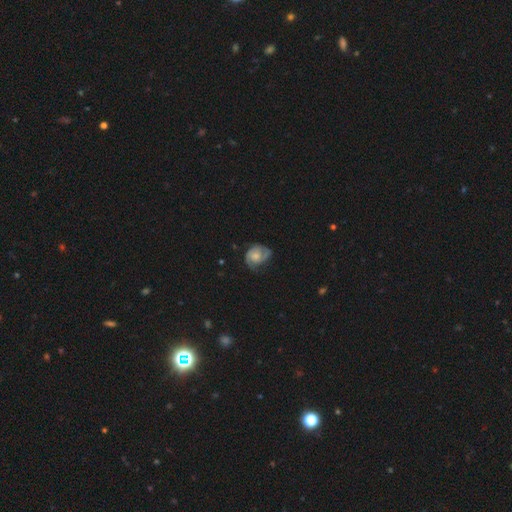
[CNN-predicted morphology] This appears to be a featured or disk galaxy (68%) with no bar (74%), 2 (65%) tight (50%) spiral arms (90%) and a moderate central bulge (48%). Merging: none (59%).